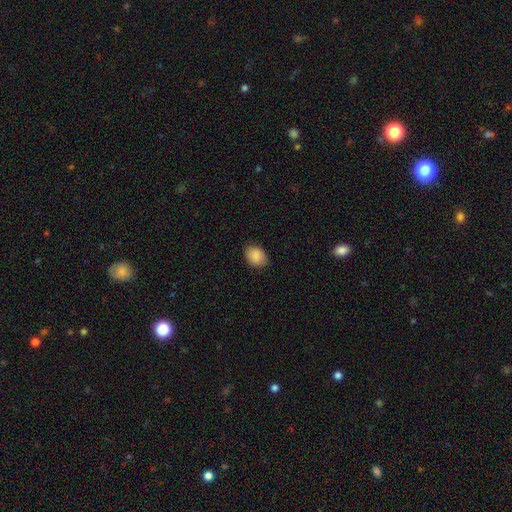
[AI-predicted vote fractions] Smooth or featured: smooth — 89% (star or artifact — 7%)
How rounded: in between — 67% (round — 32%)
Merging: none — 86% (minor disturbance — 10%)